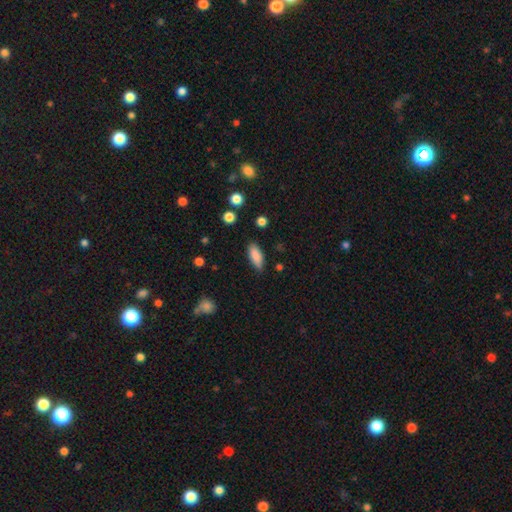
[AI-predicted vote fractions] A smooth galaxy with no disk features (86%) that is in between round and cigar-shaped (77%).

Vote fractions:
- Smooth or featured? smooth: 86% / star or artifact: 7% / featured or disk: 7%
- How rounded? in between: 77% / cigar-shaped: 20% / round: 2%
- Merging? none: 80% / minor disturbance: 15% / major disturbance: 3% / merger: 2%